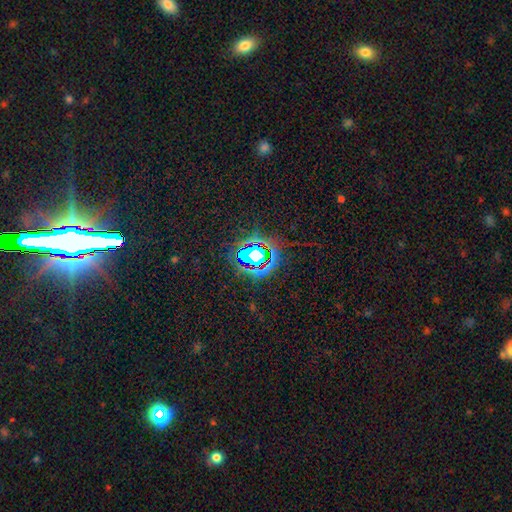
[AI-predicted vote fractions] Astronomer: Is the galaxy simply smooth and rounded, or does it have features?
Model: star or artifact — 73%.